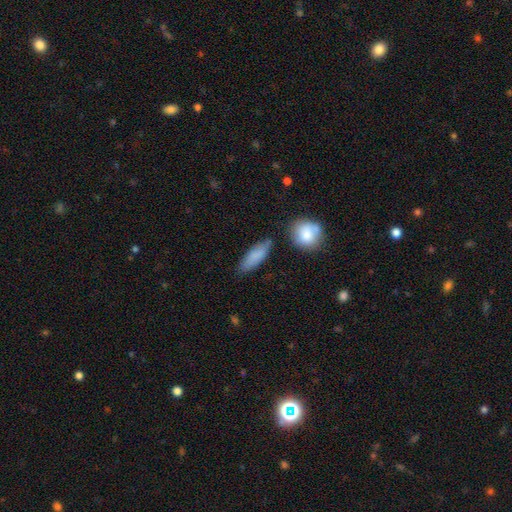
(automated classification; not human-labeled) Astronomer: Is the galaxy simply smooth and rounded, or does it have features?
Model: smooth — 82%.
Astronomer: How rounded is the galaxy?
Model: in between — 57% (runner-up: cigar-shaped, 40%).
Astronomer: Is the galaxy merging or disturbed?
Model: none — 75%.